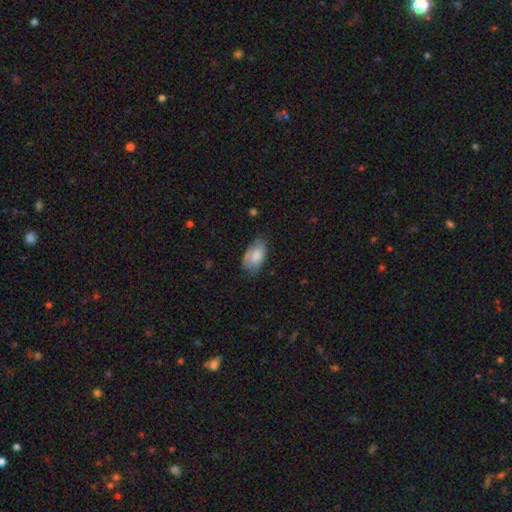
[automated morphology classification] Smooth or featured: smooth — 75% (featured or disk — 18%)
How rounded: in between — 93% (round — 5%)
Merging: none — 62% (minor disturbance — 28%)